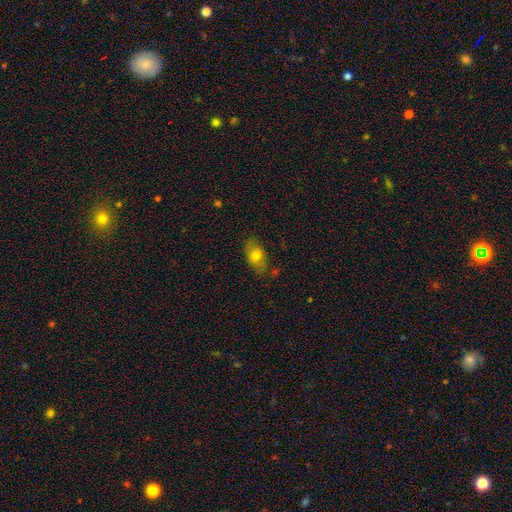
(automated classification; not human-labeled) This appears to be a smooth galaxy with no disk features (72%) that is in between round and cigar-shaped (88%). Merging: none (73%).